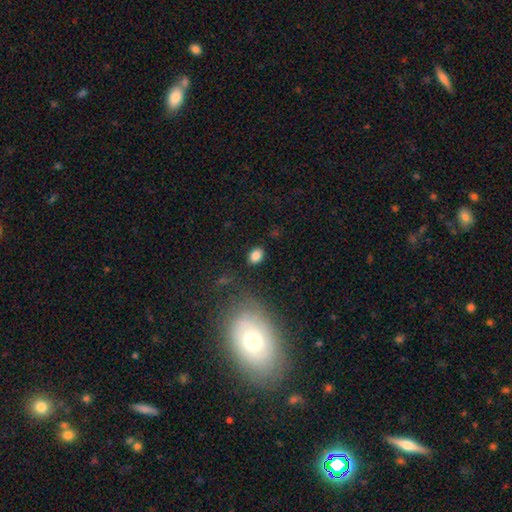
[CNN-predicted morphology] Smooth or featured: smooth — 83% (star or artifact — 11%)
How rounded: in between — 73% (round — 26%)
Merging: none — 84% (minor disturbance — 10%)